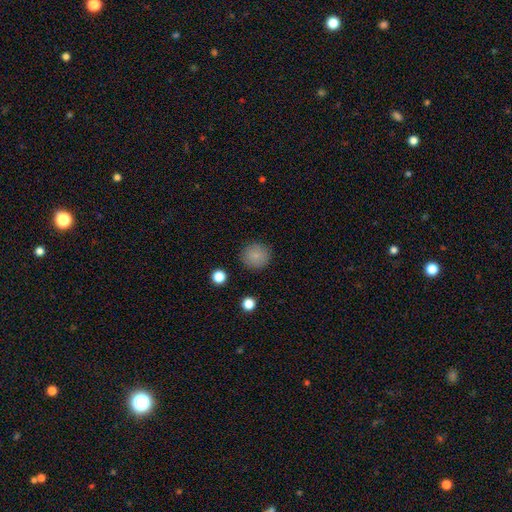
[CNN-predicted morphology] A smooth galaxy with no disk features (85%) that is round (92%).

Vote fractions:
- Smooth or featured? smooth: 85% / star or artifact: 9% / featured or disk: 6%
- How rounded? round: 92% / in between: 7% / cigar-shaped: 1%
- Merging? none: 90% / minor disturbance: 7% / major disturbance: 2% / merger: 1%